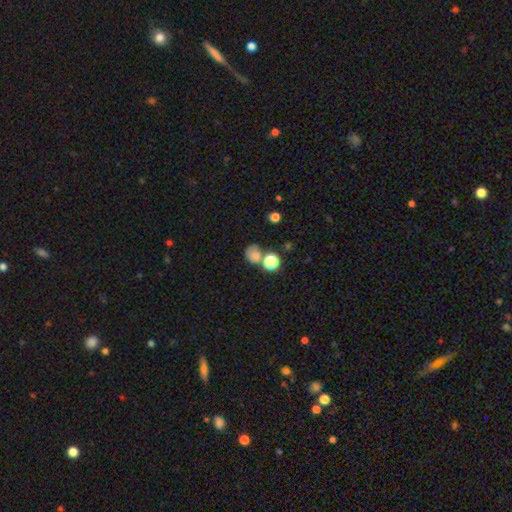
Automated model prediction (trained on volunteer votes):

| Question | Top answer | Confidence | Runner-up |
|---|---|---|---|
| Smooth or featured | smooth | 61% | star or artifact (26%) |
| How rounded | round | 76% | in between (23%) |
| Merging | none | 55% | merger (26%) |